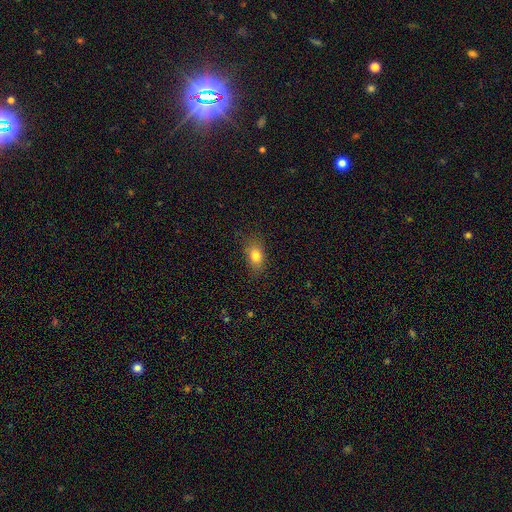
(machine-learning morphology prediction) The model was most divided on "how rounded": in between: 77%, round: 20%, cigar-shaped: 3%. More confident: smooth or featured — smooth (81%); merging — none (80%).